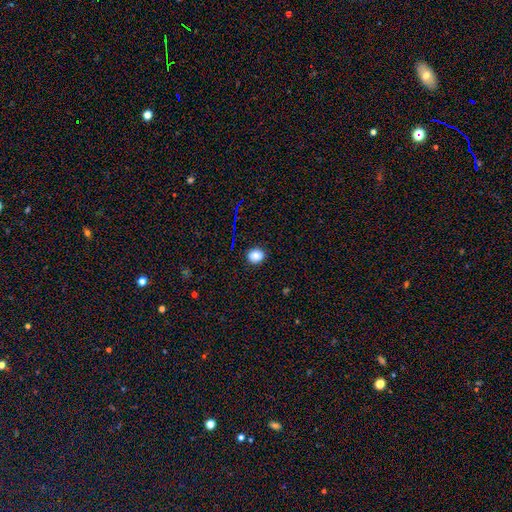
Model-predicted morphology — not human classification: Q: Smooth or featured?
A: smooth (84%); runner-up: star or artifact (12%)
Q: How rounded?
A: round (67%); runner-up: in between (32%)
Q: Merging?
A: none (89%); runner-up: minor disturbance (8%)